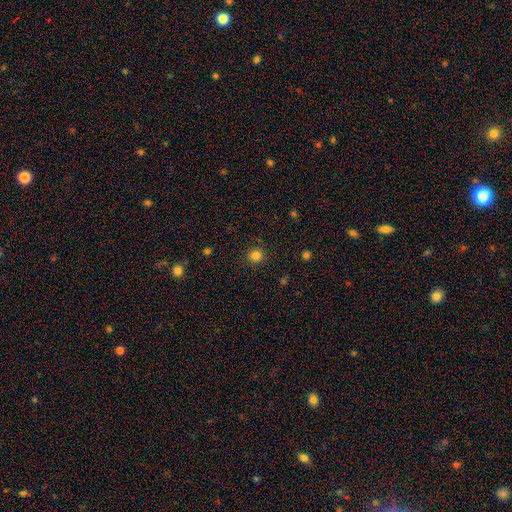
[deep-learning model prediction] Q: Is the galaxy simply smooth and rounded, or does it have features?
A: smooth — 82%.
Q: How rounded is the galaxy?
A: round — 92%.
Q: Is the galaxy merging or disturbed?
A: none — 89%.